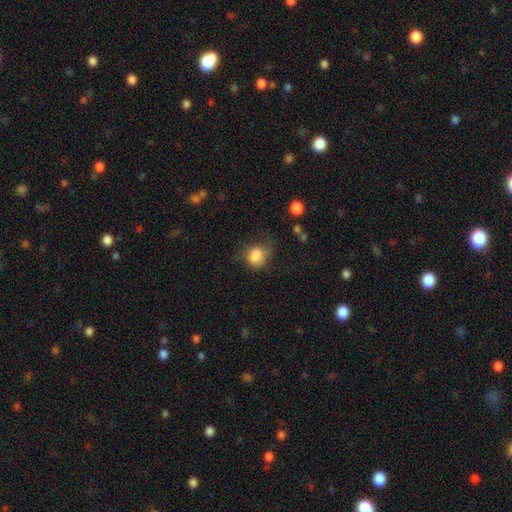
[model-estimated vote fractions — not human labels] This is clearly a smooth galaxy (83%). How rounded: possibly round (60%). Merging: marginally none (44%).